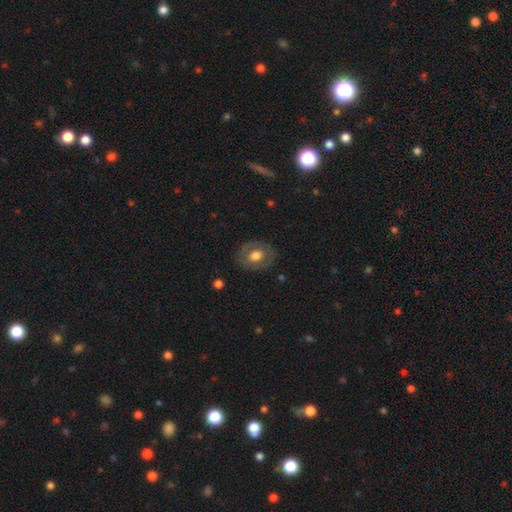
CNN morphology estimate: Overall: smooth (58%; featured or disk 34%). How rounded: in between (56%; round 43%). Merging: none (80%).